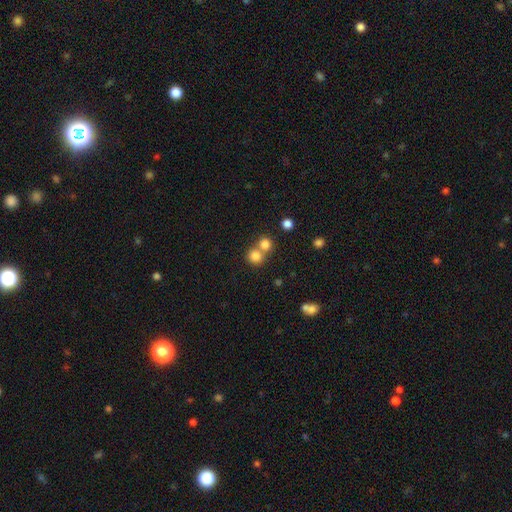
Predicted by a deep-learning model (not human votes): Q: Smooth or featured?
A: smooth (80%); runner-up: star or artifact (12%)
Q: How rounded?
A: round (86%); runner-up: in between (13%)
Q: Merging?
A: none (48%); runner-up: merger (44%)